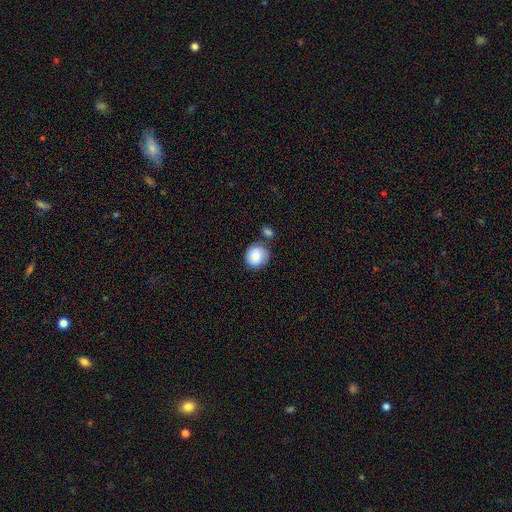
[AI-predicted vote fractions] Morphology: type=smooth (82%); roundness=round (87%); merging=none (67%).